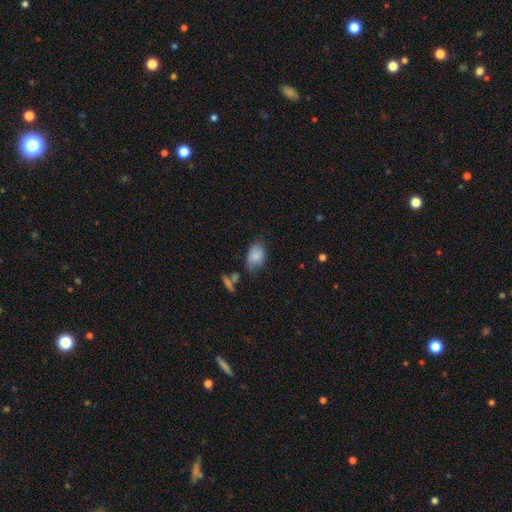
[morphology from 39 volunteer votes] Q: Smooth or featured?
A: smooth (85%); runner-up: featured or disk (10%)
Q: How rounded?
A: in between (76%); runner-up: round (21%)
Q: Merging?
A: none (49%); runner-up: minor disturbance (38%)